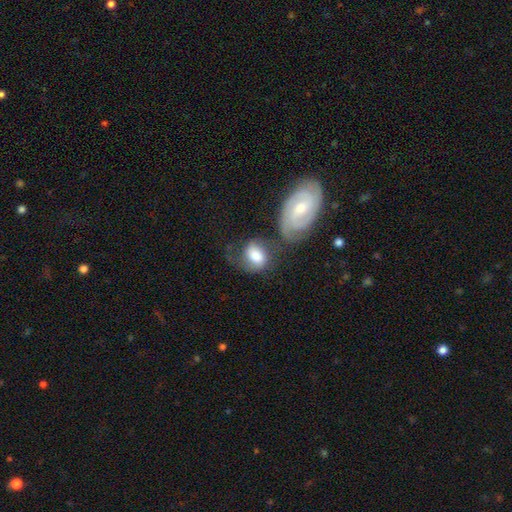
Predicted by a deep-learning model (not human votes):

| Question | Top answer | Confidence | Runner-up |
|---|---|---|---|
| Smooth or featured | smooth | 59% | featured or disk (34%) |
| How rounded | in between | 57% | round (42%) |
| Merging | none | 36% | merger (25%) |